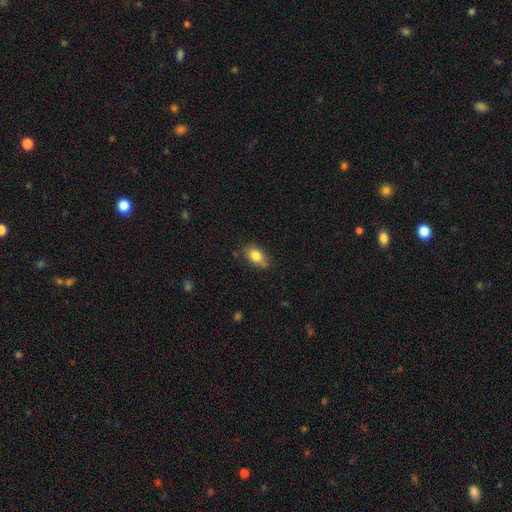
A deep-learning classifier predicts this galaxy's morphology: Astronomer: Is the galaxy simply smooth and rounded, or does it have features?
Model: smooth — 82%.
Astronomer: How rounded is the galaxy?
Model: in between — 83%.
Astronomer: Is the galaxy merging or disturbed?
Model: none — 71%.